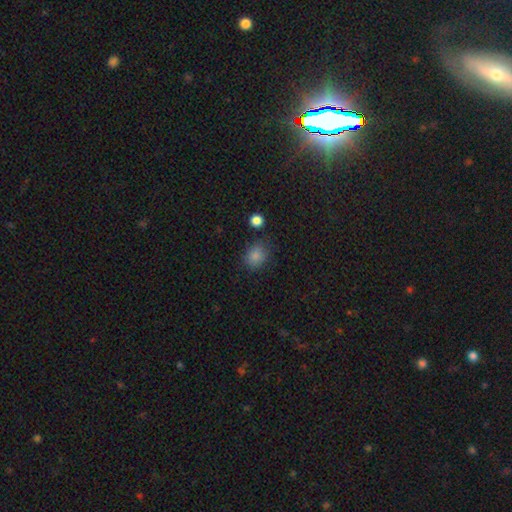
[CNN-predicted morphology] A smooth galaxy with no disk features (83%) that is round (58%). Merging: none (77%).